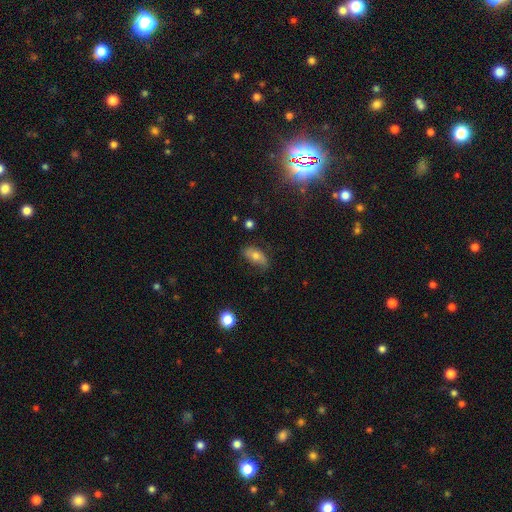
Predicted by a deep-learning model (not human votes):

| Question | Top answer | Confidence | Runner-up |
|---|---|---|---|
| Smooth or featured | smooth | 68% | featured or disk (23%) |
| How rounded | in between | 87% | cigar-shaped (7%) |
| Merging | none | 68% | minor disturbance (25%) |